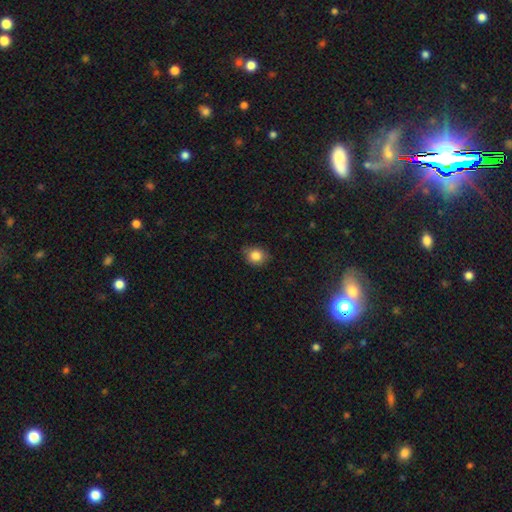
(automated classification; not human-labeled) smooth-or-featured: smooth: 83% | star or artifact: 10% | featured or disk: 7%
  how-rounded: round: 64% | in between: 35% | cigar-shaped: 1%
  merging: none: 73% | minor disturbance: 22% | major disturbance: 3% | merger: 1%